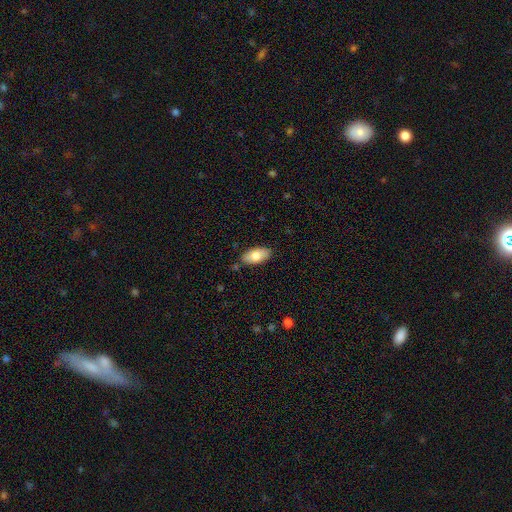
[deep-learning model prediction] smooth-or-featured: smooth: 77% | featured or disk: 16% | star or artifact: 6%
  how-rounded: in between: 91% | cigar-shaped: 6% | round: 3%
  merging: none: 83% | minor disturbance: 13% | major disturbance: 2% | merger: 2%